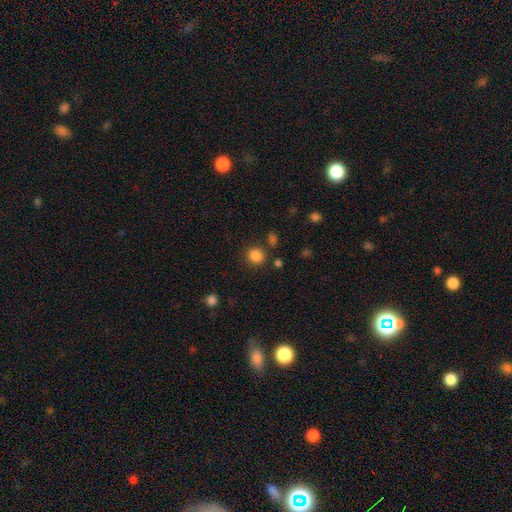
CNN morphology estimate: A smooth galaxy with no disk features (85%) that is round (84%).

Vote fractions:
- Smooth or featured? smooth: 85% / star or artifact: 12% / featured or disk: 4%
- How rounded? round: 84% / in between: 15% / cigar-shaped: 1%
- Merging? none: 83% / minor disturbance: 8% / merger: 5% / major disturbance: 3%